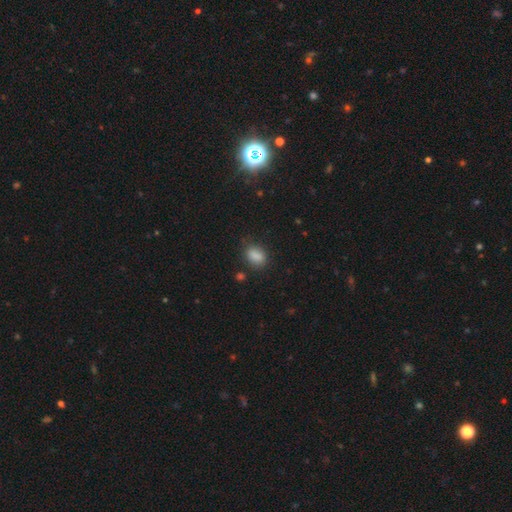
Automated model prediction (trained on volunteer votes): A smooth galaxy with no disk features (85%) that is in between round and cigar-shaped (76%).

Vote fractions:
- Smooth or featured? smooth: 85% / star or artifact: 9% / featured or disk: 5%
- How rounded? in between: 76% / round: 21% / cigar-shaped: 3%
- Merging? none: 71% / minor disturbance: 19% / major disturbance: 6% / merger: 4%